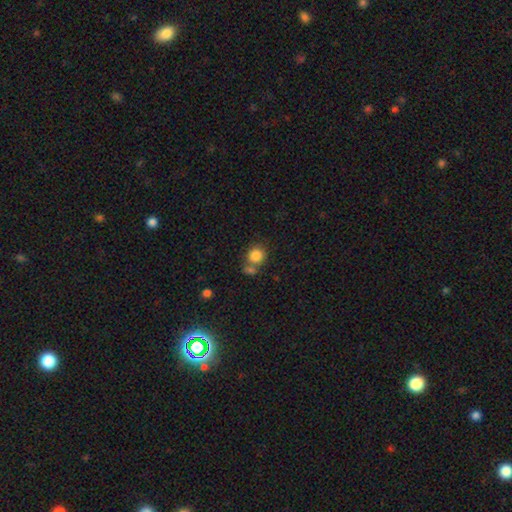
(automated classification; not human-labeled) Q: Smooth or featured?
A: smooth (84%); runner-up: star or artifact (10%)
Q: How rounded?
A: round (85%); runner-up: in between (14%)
Q: Merging?
A: none (54%); runner-up: merger (31%)